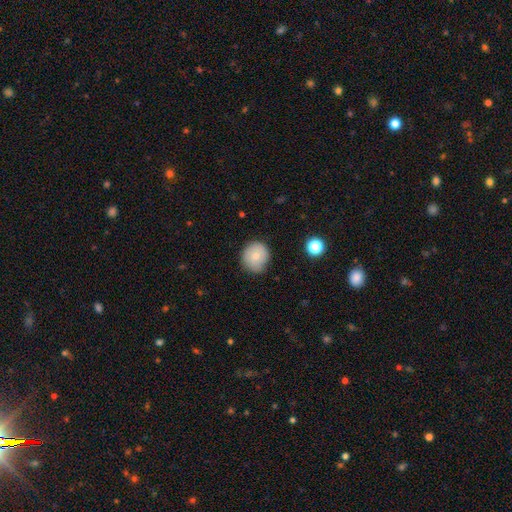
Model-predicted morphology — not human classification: Smooth or featured?
  - smooth: 75% *
  - featured or disk: 17%
  - star or artifact: 8%
How rounded?
  - round: 87% *
  - in between: 12%
  - cigar-shaped: 1%
Merging?
  - none: 77% *
  - minor disturbance: 18%
  - major disturbance: 3%
  - merger: 1%